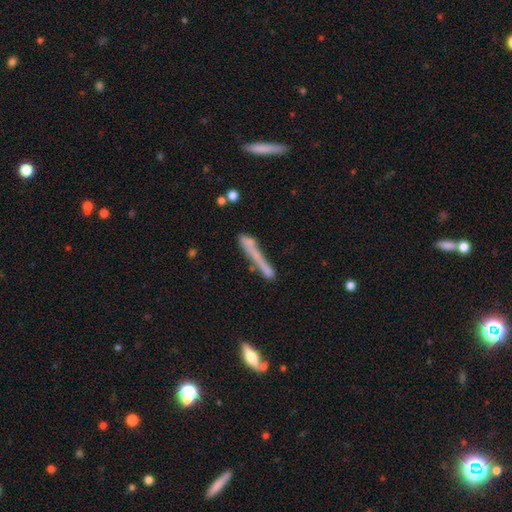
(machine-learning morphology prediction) Q: Smooth or featured?
A: smooth (54%); runner-up: featured or disk (37%)
Q: How rounded?
A: cigar-shaped (93%); runner-up: in between (5%)
Q: Merging?
A: none (49%); runner-up: minor disturbance (21%)